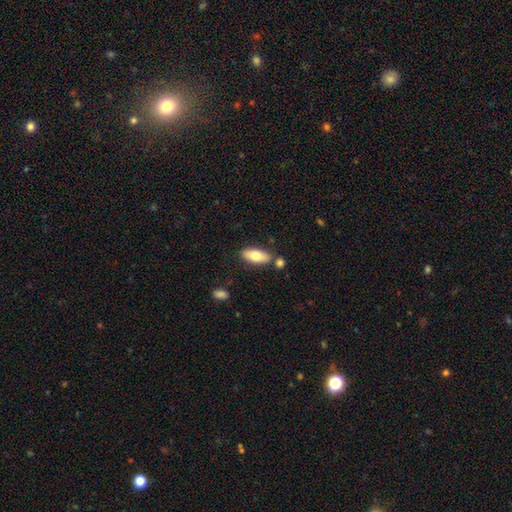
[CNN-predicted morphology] Smooth or featured? smooth (74%)
How rounded? in between (82%)
Merging? none (77%)